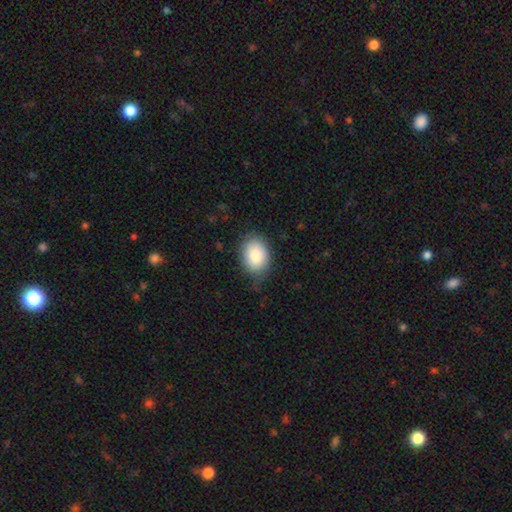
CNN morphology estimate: Q: Smooth or featured?
A: smooth (86%); runner-up: featured or disk (7%)
Q: How rounded?
A: in between (76%); runner-up: round (23%)
Q: Merging?
A: none (70%); runner-up: minor disturbance (23%)